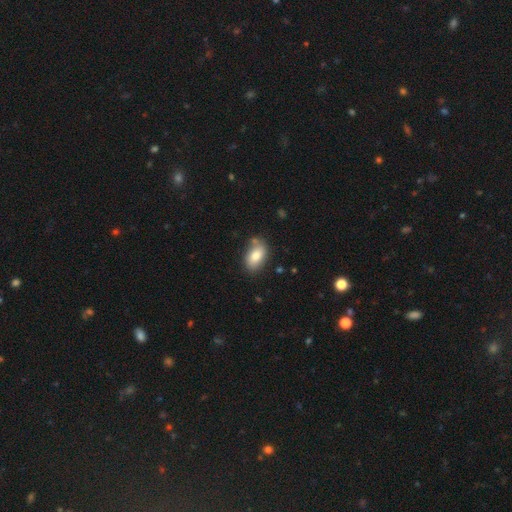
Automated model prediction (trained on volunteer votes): A smooth galaxy with no disk features (80%) that is in between round and cigar-shaped (90%).

Vote fractions:
- Smooth or featured? smooth: 80% / featured or disk: 13% / star or artifact: 7%
- How rounded? in between: 90% / round: 8% / cigar-shaped: 2%
- Merging? none: 73% / minor disturbance: 17% / merger: 6% / major disturbance: 4%